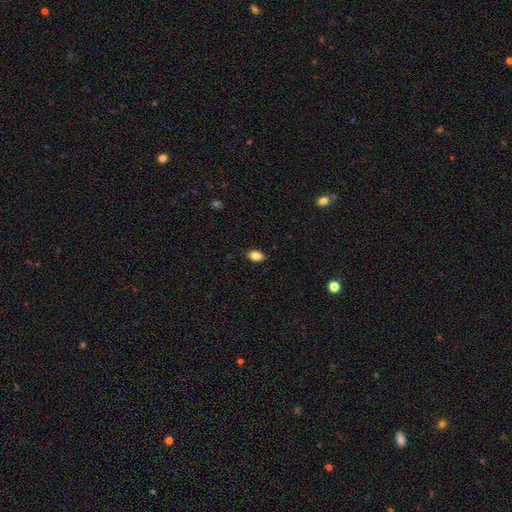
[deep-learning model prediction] Overall: smooth (85%). How rounded: in between (85%). Merging: none (88%).